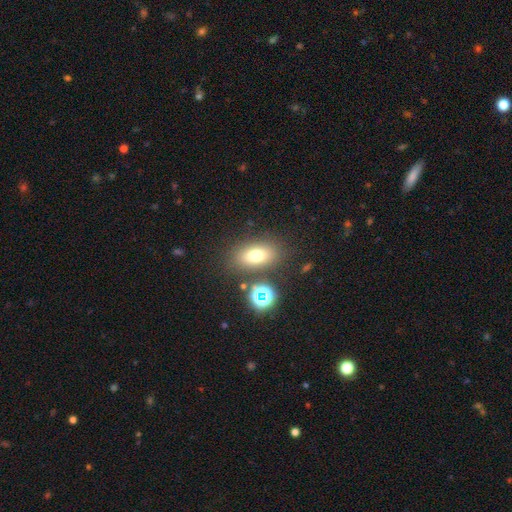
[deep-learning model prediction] smooth_or_featured: smooth (p=0.71) [alt: star or artifact p=0.15]
how_rounded: in between (p=0.81) [alt: round p=0.14]
merging: none (p=0.79) [alt: minor disturbance p=0.10]